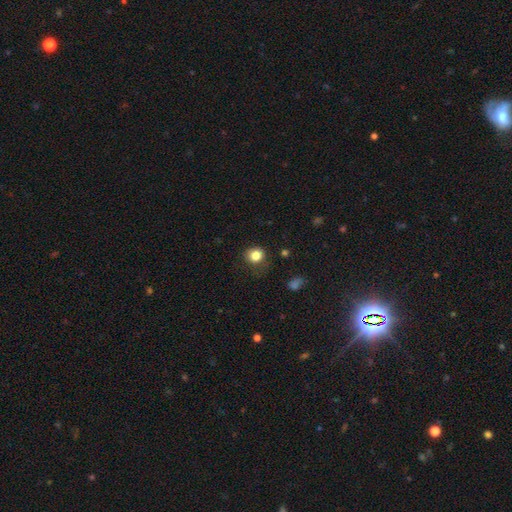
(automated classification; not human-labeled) Smooth or featured?
  - smooth: 83% *
  - star or artifact: 11%
  - featured or disk: 6%
How rounded?
  - round: 79% *
  - in between: 20%
  - cigar-shaped: 1%
Merging?
  - none: 74% *
  - minor disturbance: 18%
  - major disturbance: 6%
  - merger: 2%